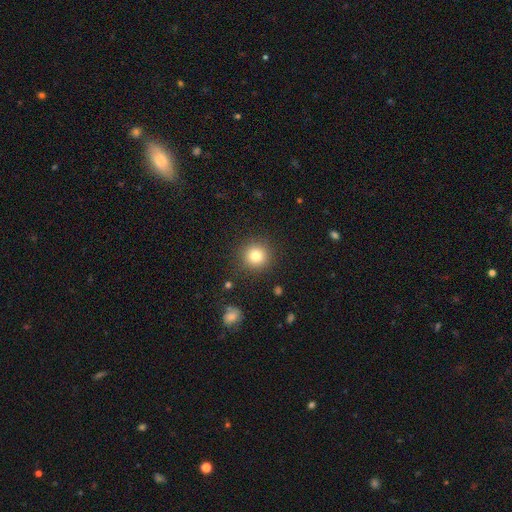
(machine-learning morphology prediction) This is likely a smooth galaxy (80%). How rounded: clearly round (94%). Merging: clearly none (89%).